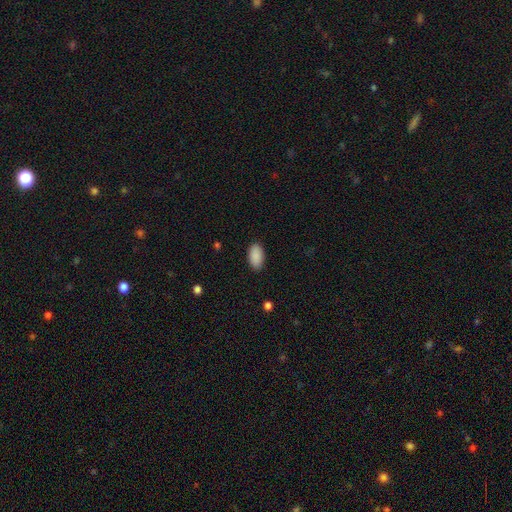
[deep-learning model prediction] Morphology: type=smooth (91%); roundness=in between (95%); merging=none (89%).